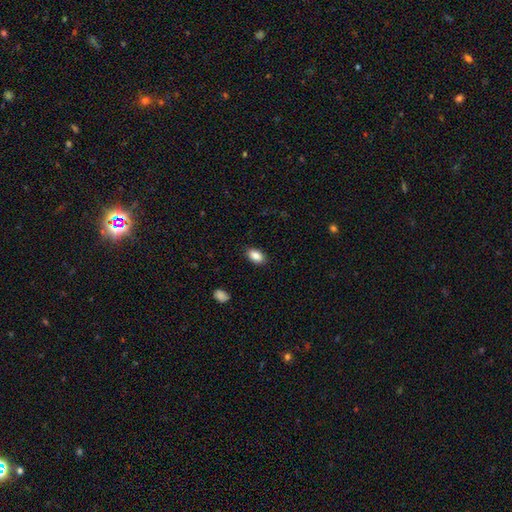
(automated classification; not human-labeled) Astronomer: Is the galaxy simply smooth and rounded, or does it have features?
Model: smooth — 88%.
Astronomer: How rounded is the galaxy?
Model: in between — 91%.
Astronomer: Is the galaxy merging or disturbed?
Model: none — 87%.